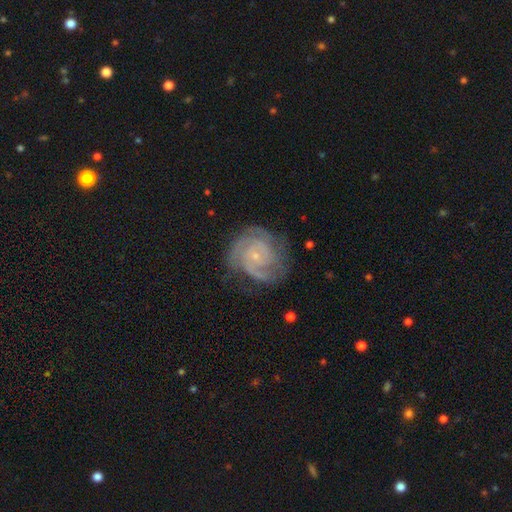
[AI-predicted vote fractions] A featured or disk galaxy (87%) with no bar (72%), 2 (39%) tight (66%) spiral arms (97%) and a small central bulge (83%). Merging: none (69%).